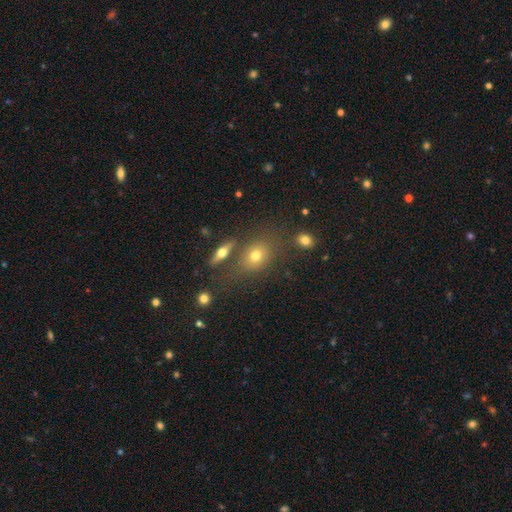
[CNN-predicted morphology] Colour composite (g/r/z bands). It shows a smooth galaxy with no disk features (65%) that is in between round and cigar-shaped (56%). Merging: none (68%).